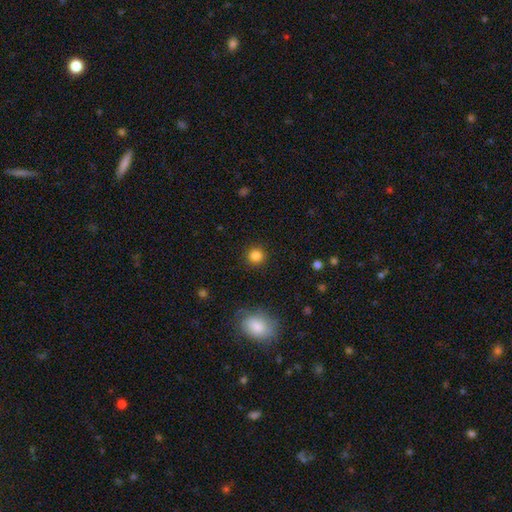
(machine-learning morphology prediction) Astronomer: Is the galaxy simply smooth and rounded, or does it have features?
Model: smooth — 84%.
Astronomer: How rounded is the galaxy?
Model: round — 93%.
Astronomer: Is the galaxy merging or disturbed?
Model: none — 91%.